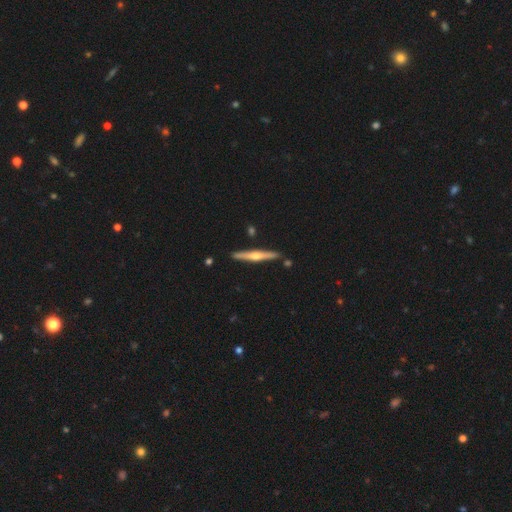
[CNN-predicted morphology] Smooth or featured: featured or disk — 65% (smooth — 30%)
Edge-on disk: yes — 97% (no — 3%)
Edge-on bulge: rounded — 86% (none — 9%)
Merging: none — 88% (minor disturbance — 7%)